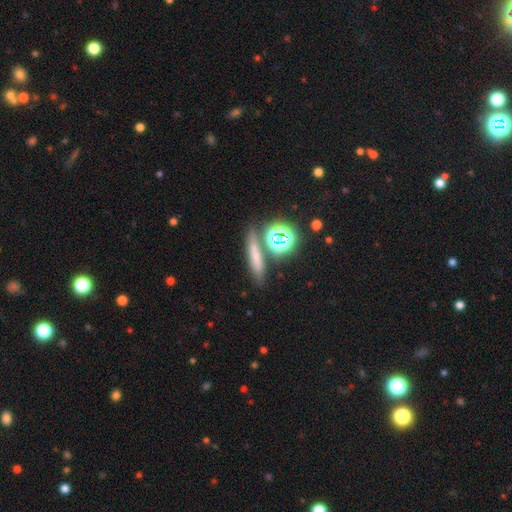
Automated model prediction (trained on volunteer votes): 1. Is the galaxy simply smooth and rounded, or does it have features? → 61% smooth, 23% star or artifact, 16% featured or disk.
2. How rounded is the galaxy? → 63% cigar-shaped, 21% round, 16% in between.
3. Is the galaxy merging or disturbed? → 73% none, 12% merger, 10% minor disturbance, 4% major disturbance.